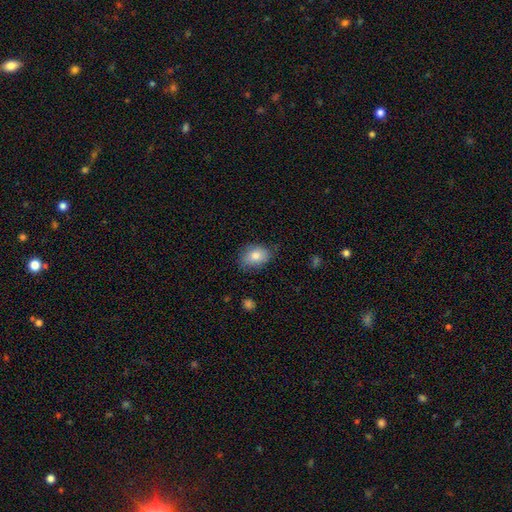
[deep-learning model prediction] Smooth or featured?
  - smooth: 81% *
  - featured or disk: 11%
  - star or artifact: 8%
How rounded?
  - in between: 75% *
  - round: 24%
  - cigar-shaped: 1%
Merging?
  - none: 71% *
  - minor disturbance: 23%
  - major disturbance: 4%
  - merger: 1%